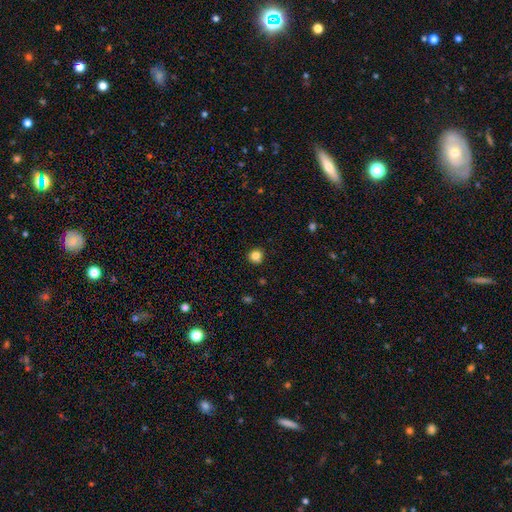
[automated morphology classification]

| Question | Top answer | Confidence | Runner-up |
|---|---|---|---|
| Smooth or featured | smooth | 84% | star or artifact (11%) |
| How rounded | round | 93% | in between (6%) |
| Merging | none | 90% | minor disturbance (7%) |